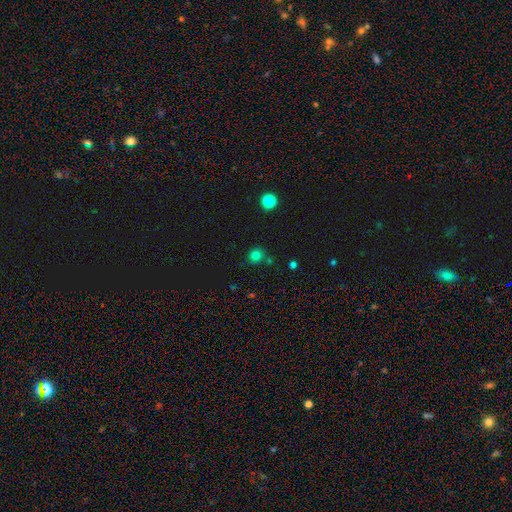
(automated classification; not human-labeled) Smooth or featured: smooth — 78% (star or artifact — 16%)
How rounded: round — 86% (in between — 13%)
Merging: none — 78% (minor disturbance — 11%)